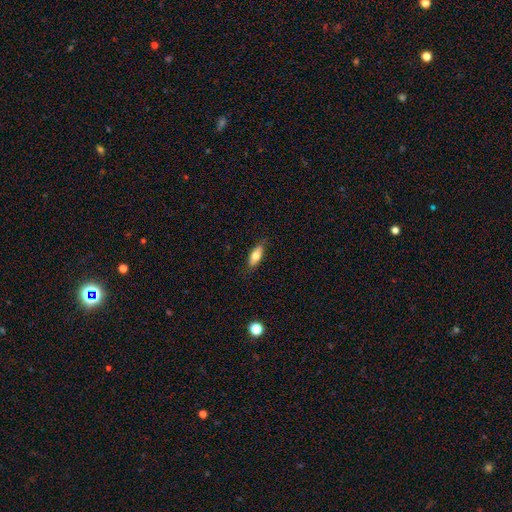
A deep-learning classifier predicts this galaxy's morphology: Overall: smooth (74%). How rounded: in between (76%). Merging: none (82%).